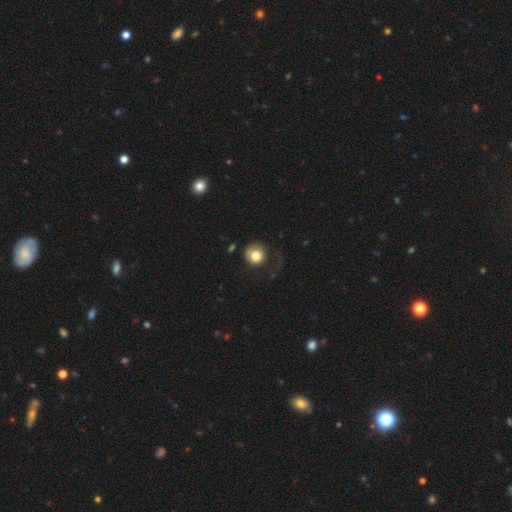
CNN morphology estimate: Smooth or featured? Predicted: smooth (p=0.79). How rounded? Predicted: round (p=0.90). Merging? Predicted: none (p=0.52).